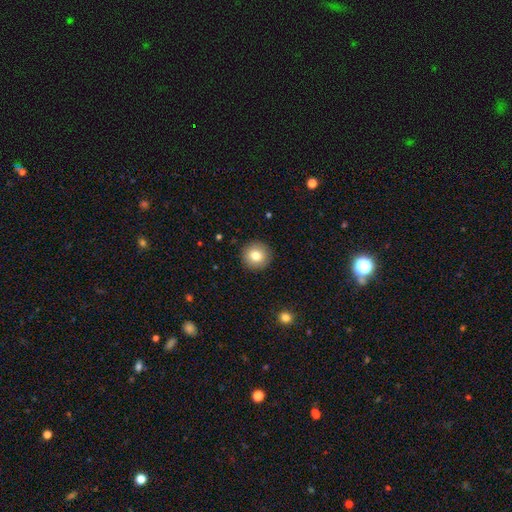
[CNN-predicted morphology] A smooth galaxy with no disk features (80%) that is round (95%). Merging: none (92%).